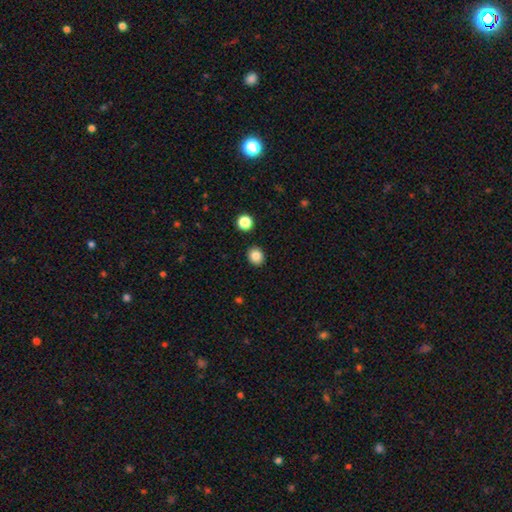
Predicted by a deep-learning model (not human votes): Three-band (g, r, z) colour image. It shows a smooth galaxy with no disk features (85%) that is round (75%). Merging: none (90%).